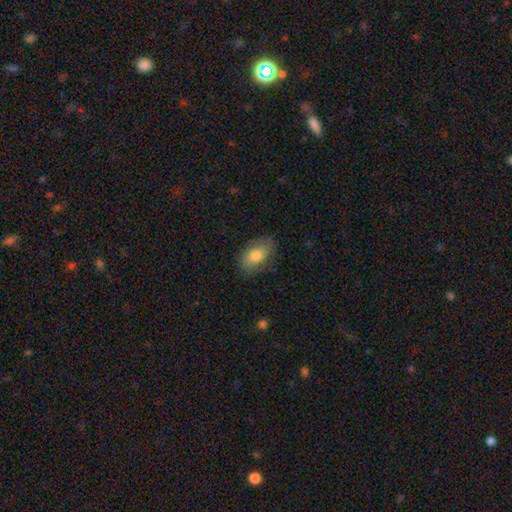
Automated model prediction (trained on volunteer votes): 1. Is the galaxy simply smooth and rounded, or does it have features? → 76% smooth, 17% featured or disk, 7% star or artifact.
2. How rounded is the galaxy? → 89% in between, 9% round, 2% cigar-shaped.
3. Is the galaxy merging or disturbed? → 78% none, 16% minor disturbance, 4% major disturbance, 1% merger.